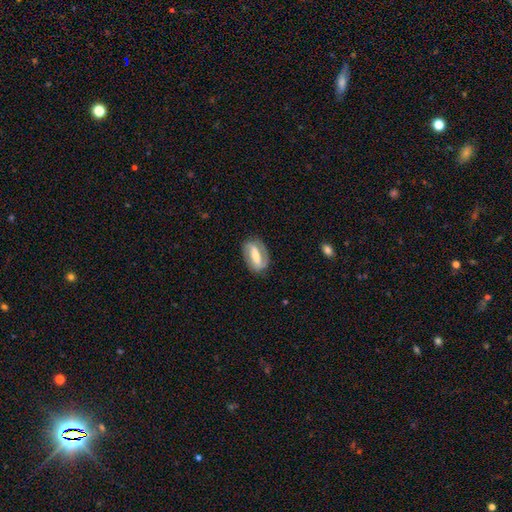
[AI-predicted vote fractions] This is likely a featured or disk galaxy (73%). It is clearly not viewed edge-on (93%). Bar: likely strong (66%). Spiral arm pattern: clearly yes (80%). Spiral arm count: clearly 2 (84%). Spiral winding: marginally tight (42%). Central bulge: possibly moderate (54%). Merging: clearly none (81%).